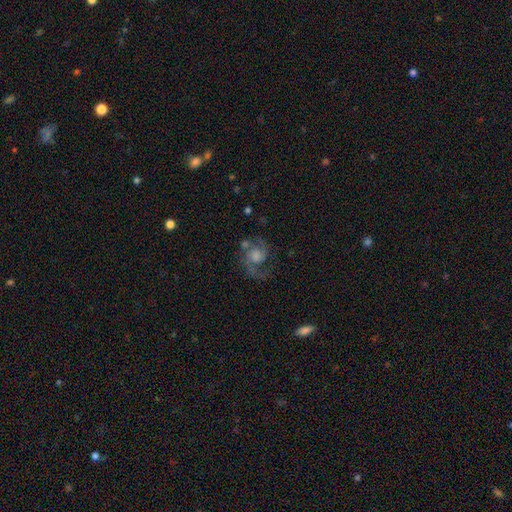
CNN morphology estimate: Smooth or featured? Predicted: featured or disk (p=0.83). Edge-on disk? Predicted: no (p=0.98). Bar? Predicted: no (p=0.65). Spiral arms? Predicted: yes (p=0.96). Spiral winding? Predicted: medium (p=0.56). Spiral arm count? Predicted: 2 (p=0.84). Bulge size? Predicted: moderate (p=0.43). Merging? Predicted: none (p=0.70).